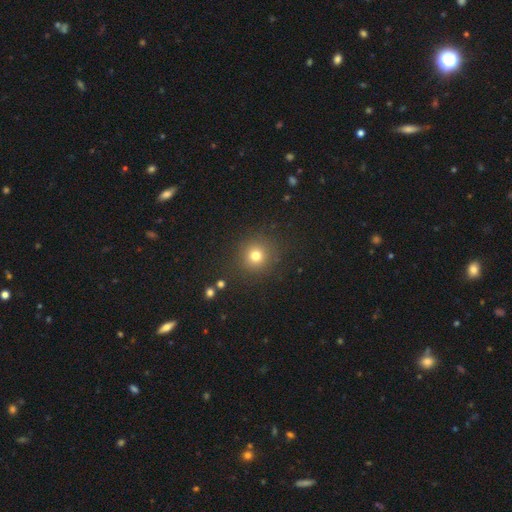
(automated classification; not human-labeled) Smooth or featured? Predicted: smooth (p=0.75). How rounded? Predicted: round (p=0.93). Merging? Predicted: none (p=0.88).